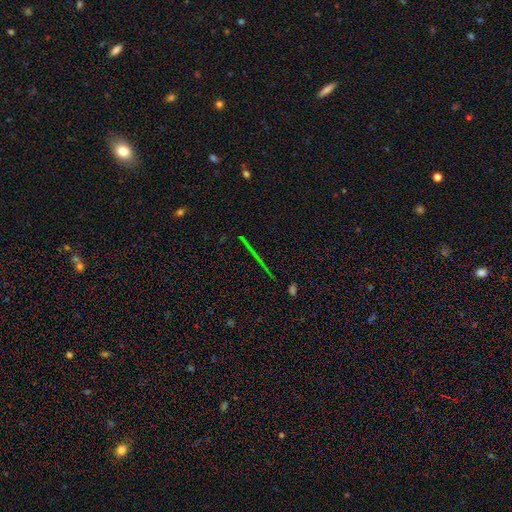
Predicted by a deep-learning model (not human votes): smooth_or_featured: star or artifact (p=0.57) [alt: featured or disk p=0.27]